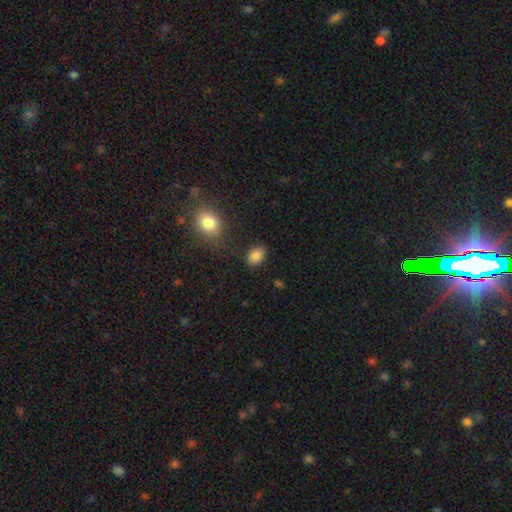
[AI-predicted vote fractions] Morphology: type=smooth (86%); roundness=in between (70%); merging=none (84%).